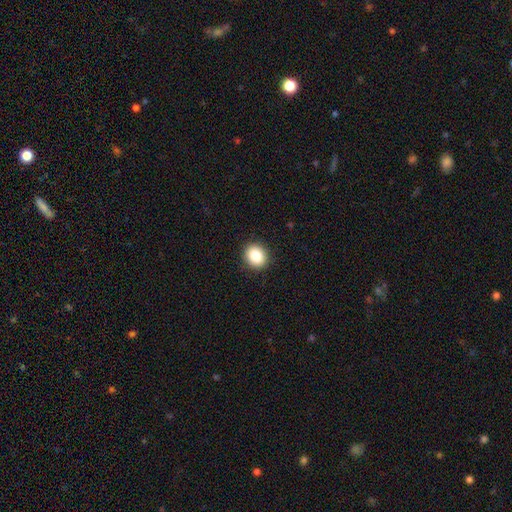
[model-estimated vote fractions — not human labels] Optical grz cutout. It shows a smooth galaxy with no disk features (87%) that is round (63%). Merging: none (90%).